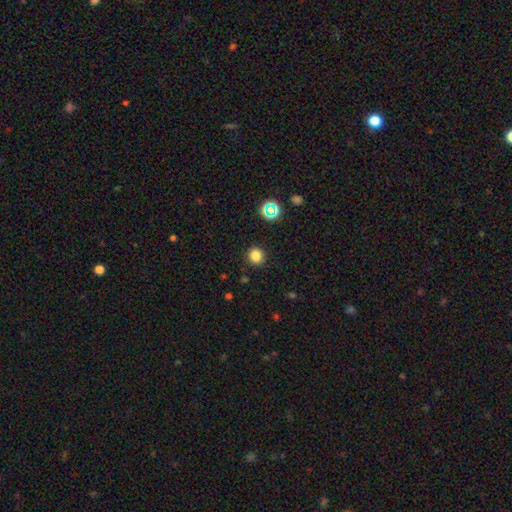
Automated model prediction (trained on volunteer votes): Q: Smooth or featured?
A: smooth (80%); runner-up: star or artifact (15%)
Q: How rounded?
A: round (89%); runner-up: in between (10%)
Q: Merging?
A: none (90%); runner-up: minor disturbance (6%)